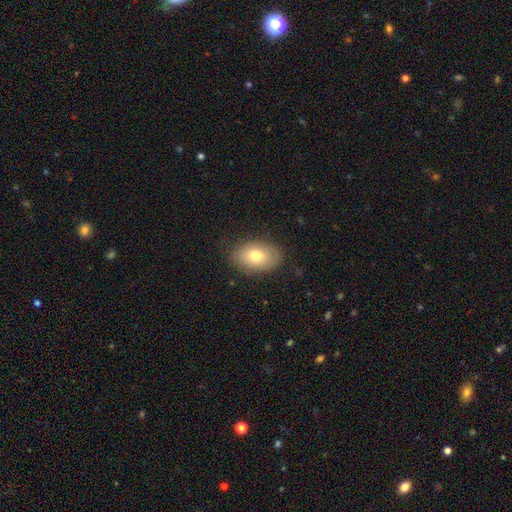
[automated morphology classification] smooth_or_featured: smooth (p=0.76) [alt: featured or disk p=0.16]
how_rounded: in between (p=0.88) [alt: round p=0.11]
merging: none (p=0.83) [alt: minor disturbance p=0.13]